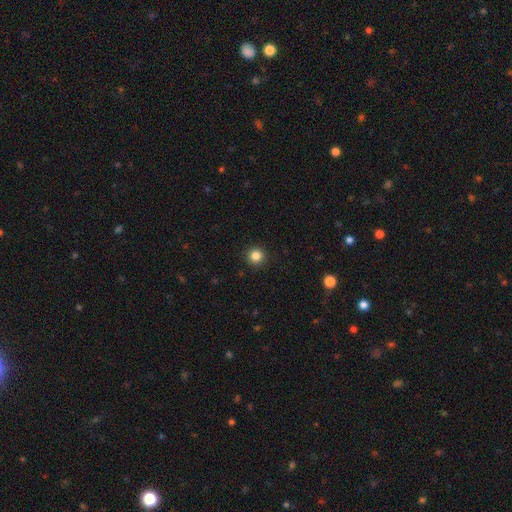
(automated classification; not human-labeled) Overall: smooth (84%). How rounded: round (95%). Merging: none (93%).